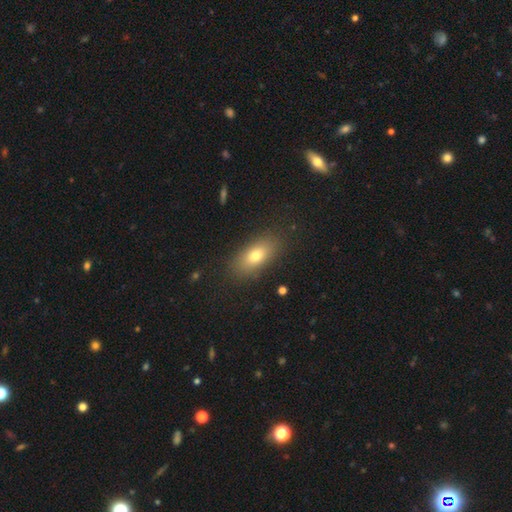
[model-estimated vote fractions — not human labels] smooth_or_featured: smooth (p=0.75) [alt: featured or disk p=0.16]
how_rounded: in between (p=0.84) [alt: cigar-shaped p=0.10]
merging: none (p=0.85) [alt: minor disturbance p=0.10]